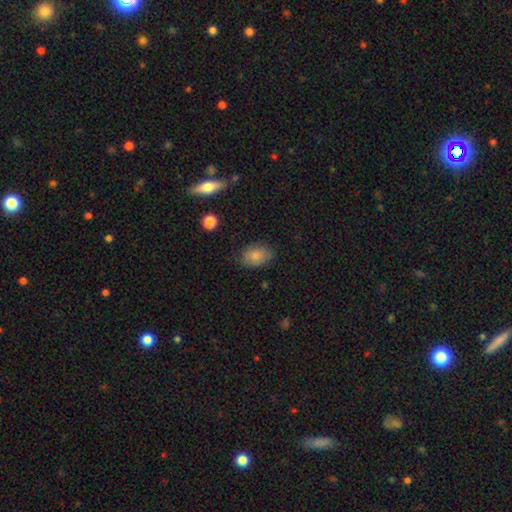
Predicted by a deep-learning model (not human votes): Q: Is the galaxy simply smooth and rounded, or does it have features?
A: smooth — 82%.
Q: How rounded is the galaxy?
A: in between — 78%.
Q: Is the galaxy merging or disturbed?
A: none — 77%.